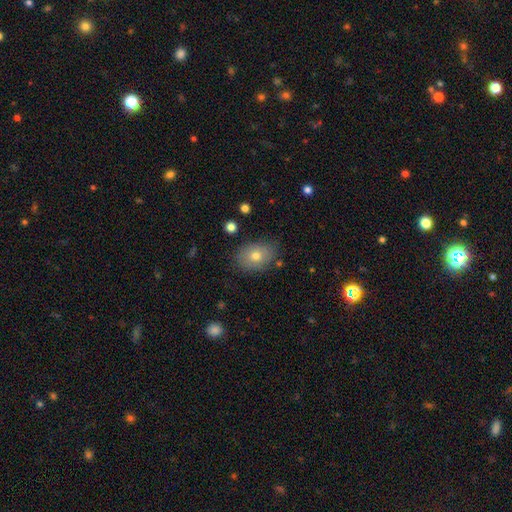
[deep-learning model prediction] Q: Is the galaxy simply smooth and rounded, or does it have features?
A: smooth — 72%.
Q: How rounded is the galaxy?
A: in between — 71%.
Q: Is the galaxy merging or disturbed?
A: none — 78%.